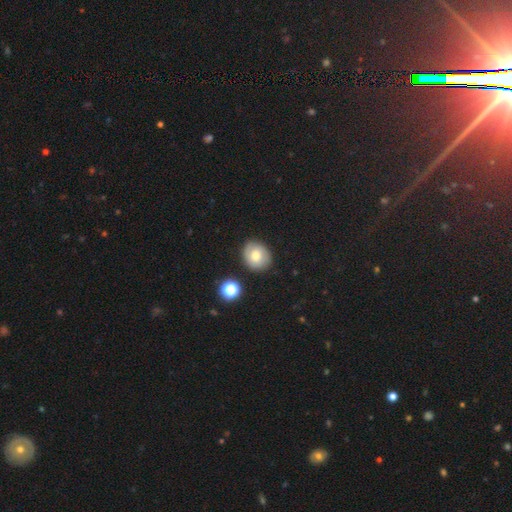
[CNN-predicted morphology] Overall: smooth (68%). How rounded: round (73%). Merging: none (83%).